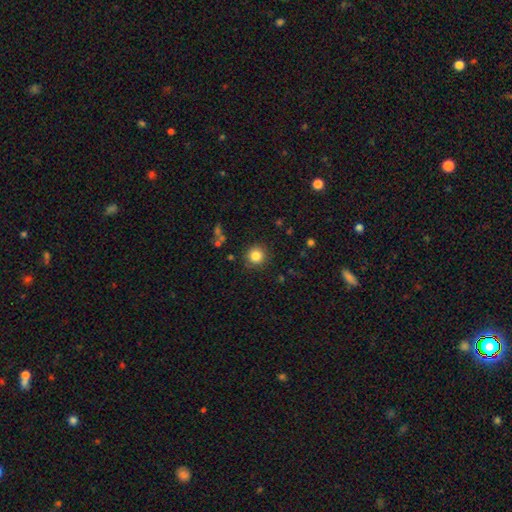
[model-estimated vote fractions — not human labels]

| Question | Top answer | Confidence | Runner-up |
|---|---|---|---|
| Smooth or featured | smooth | 83% | star or artifact (11%) |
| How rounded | round | 94% | in between (5%) |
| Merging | none | 88% | minor disturbance (7%) |